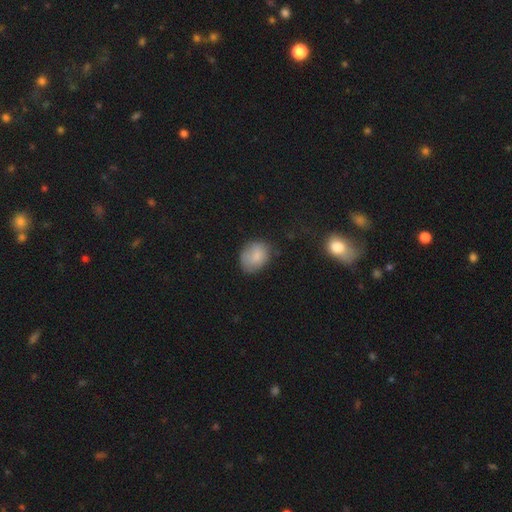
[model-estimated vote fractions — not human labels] Smooth or featured?
  - smooth: 82% *
  - featured or disk: 10%
  - star or artifact: 8%
How rounded?
  - in between: 59% *
  - round: 40%
  - cigar-shaped: 1%
Merging?
  - none: 70% *
  - minor disturbance: 22%
  - major disturbance: 6%
  - merger: 2%